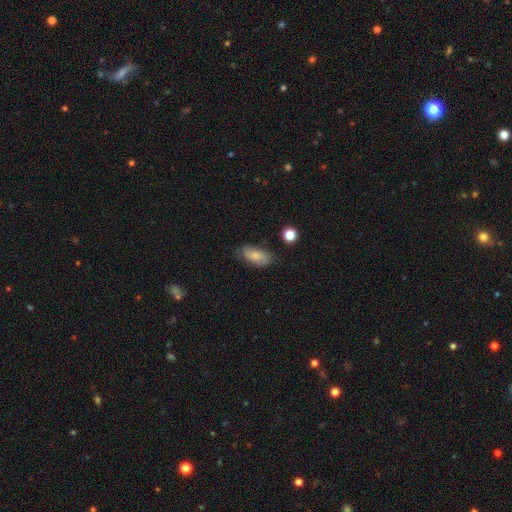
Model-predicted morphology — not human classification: smooth 69%, featured or disk 23%, star or artifact 8%. Down the decision tree: how rounded — in between (88%); merging — none (73%).